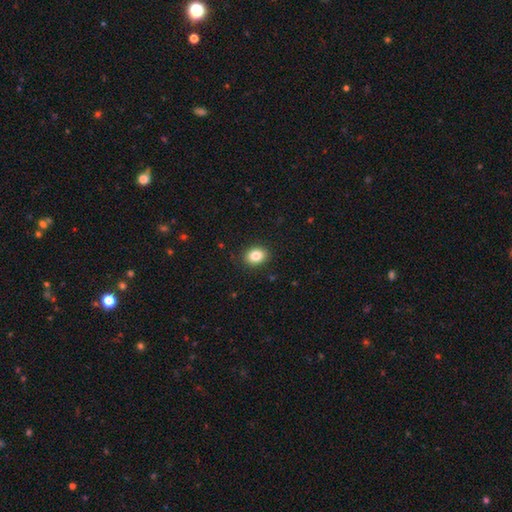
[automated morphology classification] A smooth galaxy with no disk features (84%) that is in between round and cigar-shaped (58%). Merging: none (89%).